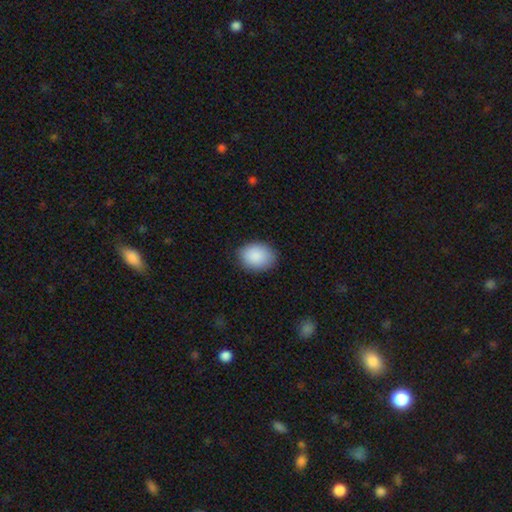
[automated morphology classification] This appears to be a smooth galaxy with no disk features (89%) that is in between round and cigar-shaped (63%). Merging: none (85%).